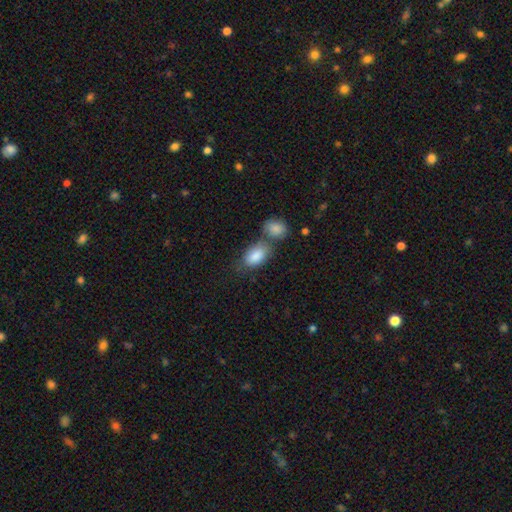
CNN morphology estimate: This is clearly a smooth galaxy (86%). How rounded: clearly in between (91%). Merging: marginally none (43%).